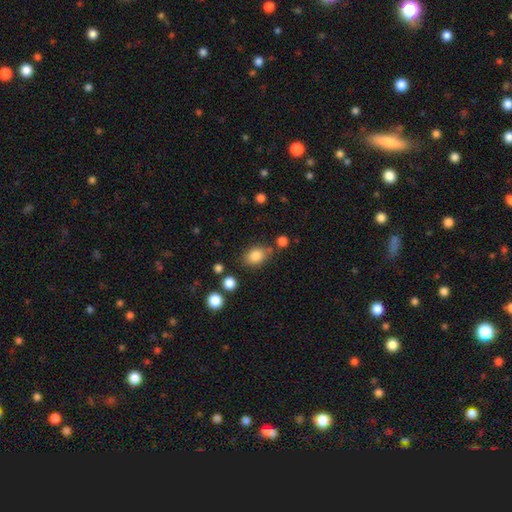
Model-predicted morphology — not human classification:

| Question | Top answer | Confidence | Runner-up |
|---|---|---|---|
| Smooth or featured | smooth | 84% | star or artifact (10%) |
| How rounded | in between | 71% | round (28%) |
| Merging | none | 71% | minor disturbance (16%) |